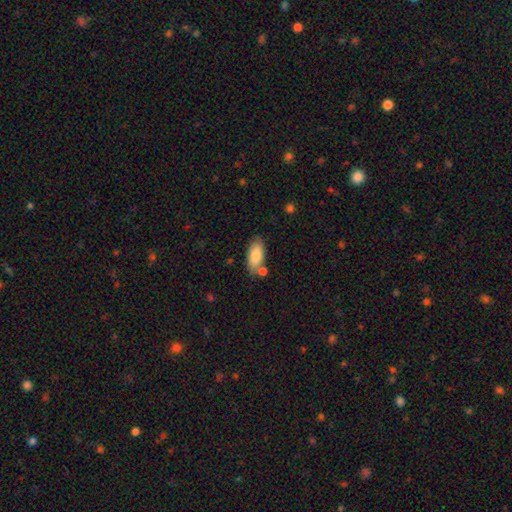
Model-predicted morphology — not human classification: A smooth galaxy with no disk features (83%) that is in between round and cigar-shaped (89%).

Vote fractions:
- Smooth or featured? smooth: 83% / featured or disk: 10% / star or artifact: 6%
- How rounded? in between: 89% / cigar-shaped: 9% / round: 2%
- Merging? none: 69% / minor disturbance: 14% / merger: 13% / major disturbance: 3%